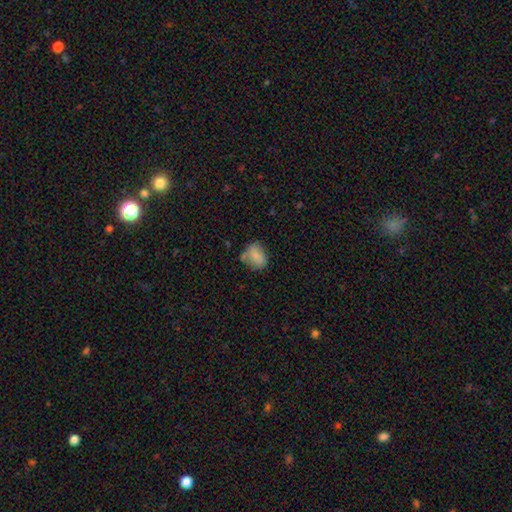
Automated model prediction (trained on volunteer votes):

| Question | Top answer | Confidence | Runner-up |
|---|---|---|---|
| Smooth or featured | smooth | 81% | featured or disk (10%) |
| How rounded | in between | 68% | round (30%) |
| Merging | none | 58% | minor disturbance (24%) |